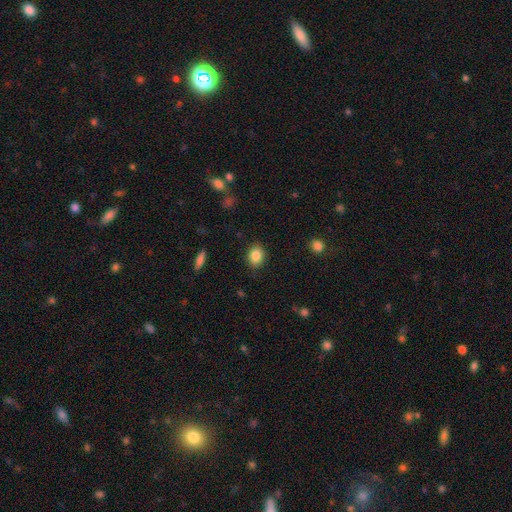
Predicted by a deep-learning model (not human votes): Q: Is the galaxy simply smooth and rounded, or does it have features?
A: smooth — 85%.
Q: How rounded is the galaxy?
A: in between — 61%.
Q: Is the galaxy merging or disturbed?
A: none — 87%.